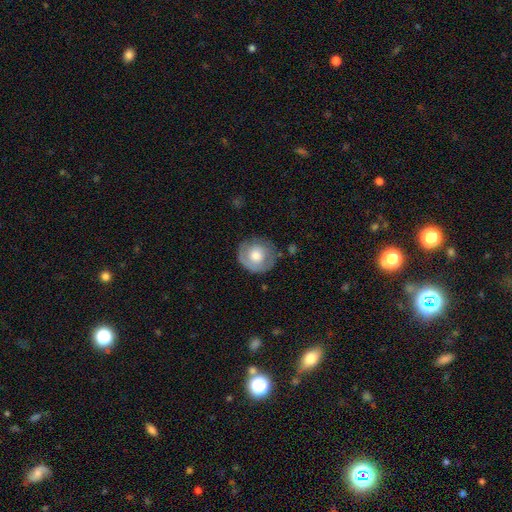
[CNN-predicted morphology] Smooth or featured: smooth — 55% (featured or disk — 39%)
How rounded: round — 88% (in between — 11%)
Merging: none — 72% (minor disturbance — 19%)